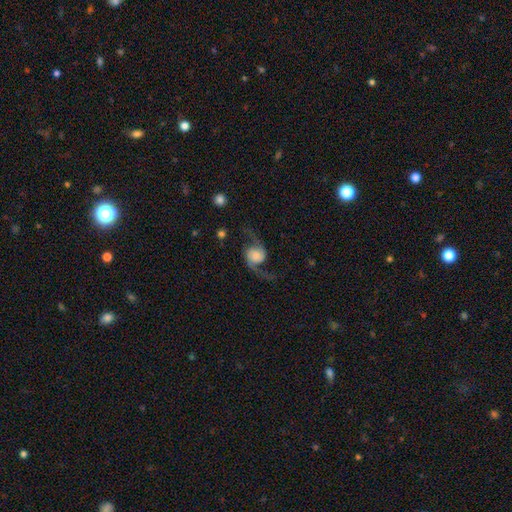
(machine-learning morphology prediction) This is clearly a featured or disk galaxy (83%). It is clearly not viewed edge-on (97%). Bar: likely no (69%). Spiral arm pattern: clearly yes (97%). Spiral arm count: clearly 2 (94%). Spiral winding: clearly loose (80%). Central bulge: marginally large (32%). Merging: likely none (70%).